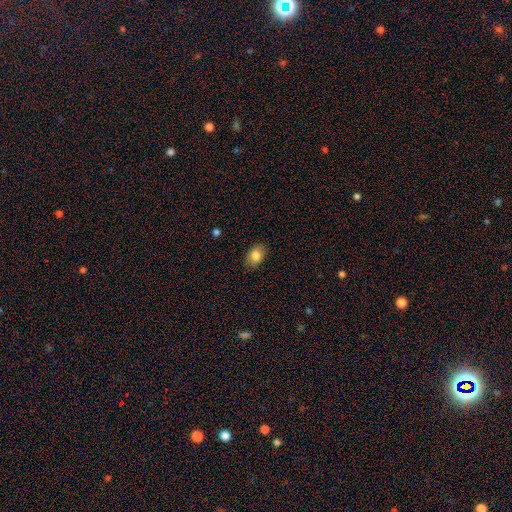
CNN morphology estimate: A smooth galaxy with no disk features (82%) that is in between round and cigar-shaped (79%).

Vote fractions:
- Smooth or featured? smooth: 82% / featured or disk: 10% / star or artifact: 8%
- How rounded? in between: 79% / round: 19% / cigar-shaped: 1%
- Merging? none: 85% / minor disturbance: 12% / major disturbance: 2% / merger: 1%